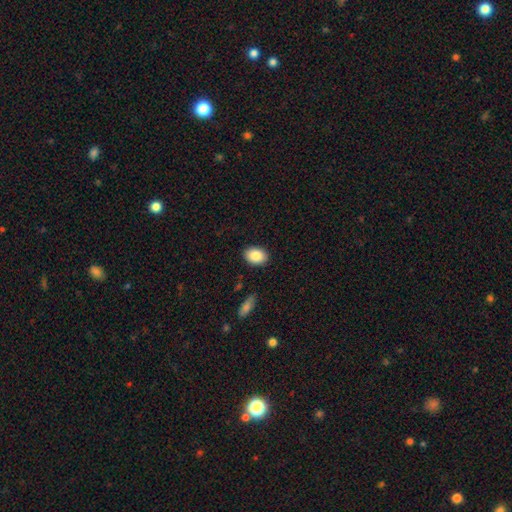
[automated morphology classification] smooth_or_featured: smooth (p=0.87) [alt: star or artifact p=0.07]
how_rounded: in between (p=0.79) [alt: round p=0.20]
merging: none (p=0.88) [alt: minor disturbance p=0.08]